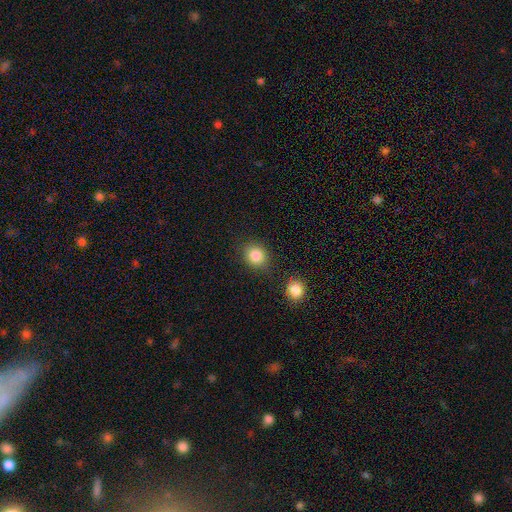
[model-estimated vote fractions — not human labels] smooth-or-featured: smooth: 85% | star or artifact: 10% | featured or disk: 5%
  how-rounded: round: 73% | in between: 26% | cigar-shaped: 1%
  merging: none: 79% | minor disturbance: 11% | merger: 7% | major disturbance: 3%